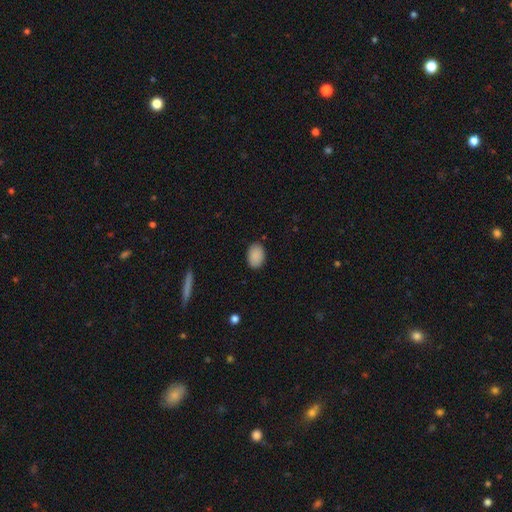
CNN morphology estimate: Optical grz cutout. It shows a smooth galaxy with no disk features (89%) that is in between round and cigar-shaped (82%). Merging: none (87%).